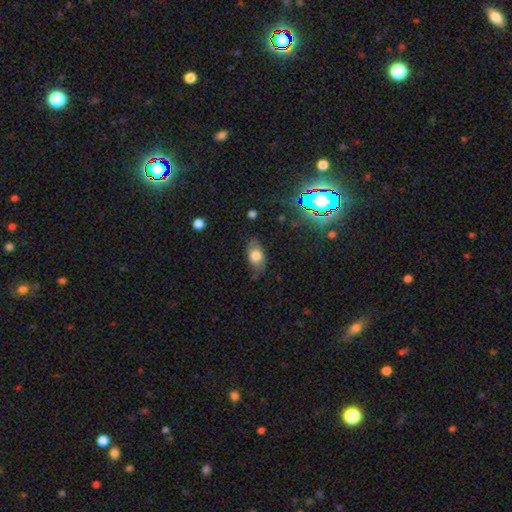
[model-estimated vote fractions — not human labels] Q: Smooth or featured?
A: smooth (73%); runner-up: featured or disk (17%)
Q: How rounded?
A: in between (85%); runner-up: round (12%)
Q: Merging?
A: none (72%); runner-up: minor disturbance (21%)